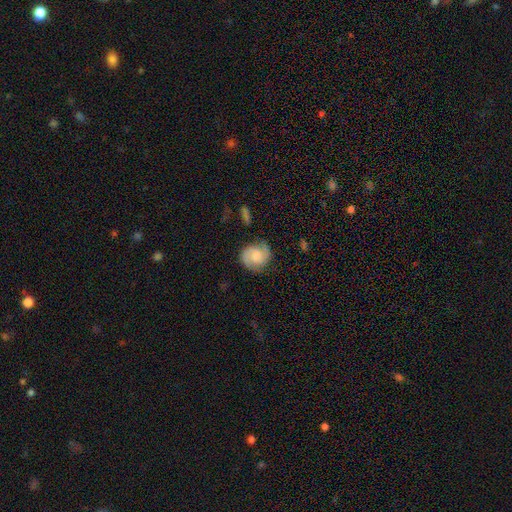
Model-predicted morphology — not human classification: A featured or disk galaxy (67%) with no bar (58%), 2 (87%) medium (46%) spiral arms (95%) and a moderate central bulge (36%).

Vote fractions:
- Smooth or featured? featured or disk: 67% / smooth: 26% / star or artifact: 7%
- Edge-on disk? no: 98% / yes: 2%
- Bar? no: 58% / weak: 36% / strong: 6%
- Spiral arms? yes: 95% / no: 5%
- Spiral winding? medium: 46% / tight: 39% / loose: 15%
- Spiral arm count? 2: 87% / can't tell: 6% / 1: 3% / 3: 2% / 4: 1% / more than 4: 1%
- Bulge size? moderate: 36% / small: 27% / none: 21% / large: 14% / dominant: 2%
- Merging? none: 76% / minor disturbance: 16% / major disturbance: 6% / merger: 2%